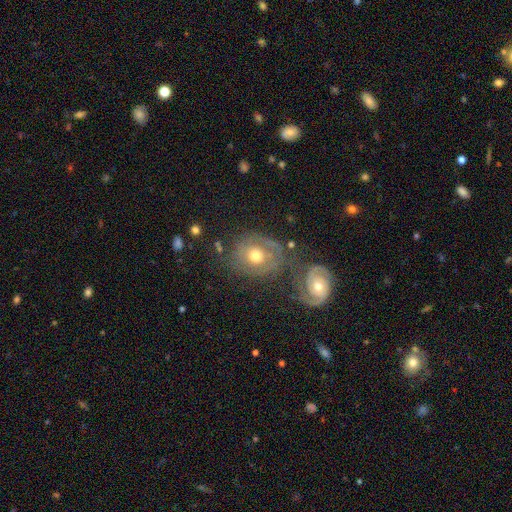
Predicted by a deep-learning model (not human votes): The model was most divided on "merging": none: 43%, merger: 33%, minor disturbance: 14%, major disturbance: 10%. More confident: edge-on disk — no (96%); spiral arms — yes (79%); bar — no (77%); bulge size — moderate (70%); smooth or featured — featured or disk (59%).